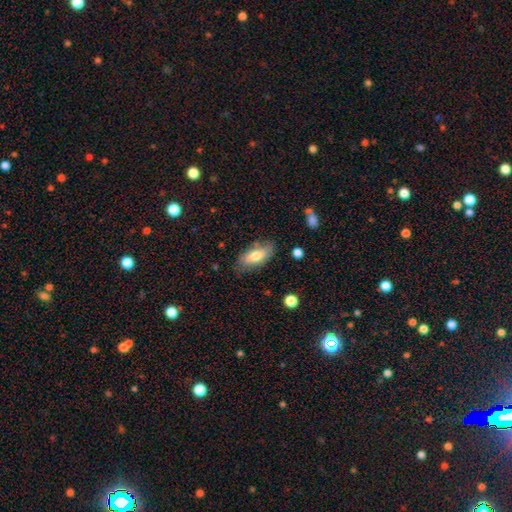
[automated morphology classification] Smooth or featured?
  - smooth: 70% *
  - featured or disk: 23%
  - star or artifact: 7%
How rounded?
  - in between: 87% *
  - cigar-shaped: 10%
  - round: 3%
Merging?
  - none: 74% *
  - minor disturbance: 19%
  - major disturbance: 4%
  - merger: 2%